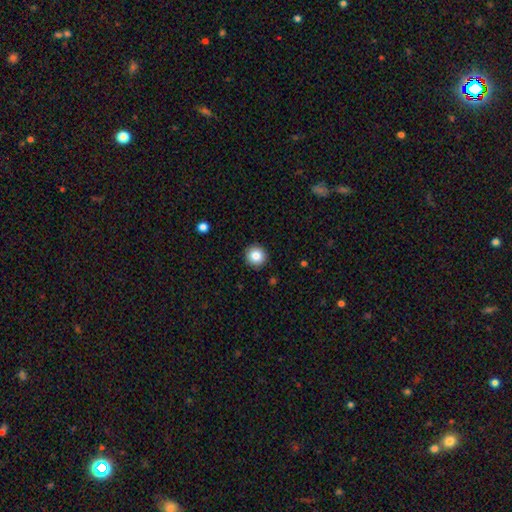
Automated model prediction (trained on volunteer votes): Smooth or featured? smooth (85%)
How rounded? round (95%)
Merging? none (92%)